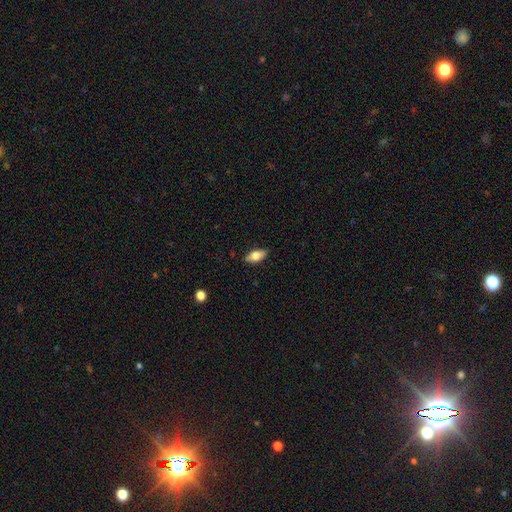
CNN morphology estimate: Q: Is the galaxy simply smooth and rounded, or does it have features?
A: smooth — 68%.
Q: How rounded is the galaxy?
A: in between — 84%.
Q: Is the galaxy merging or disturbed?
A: none — 87%.